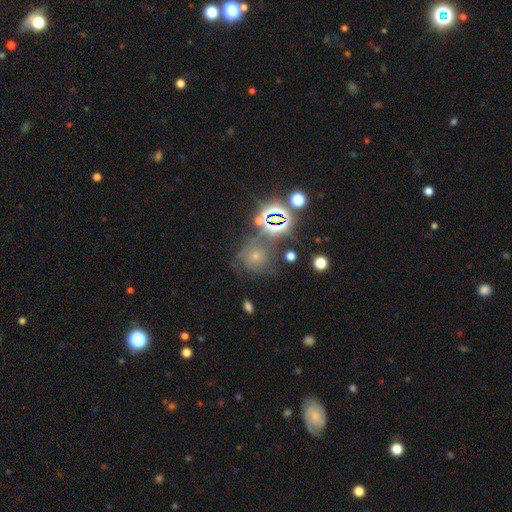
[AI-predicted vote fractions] Morphology: type=smooth (45%); merging=none (59%).